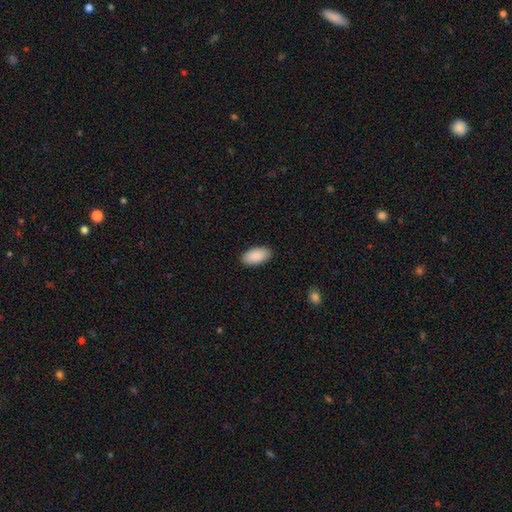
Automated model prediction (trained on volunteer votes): smooth 91%, star or artifact 6%, featured or disk 3%. Down the decision tree: how rounded — in between (95%); merging — none (89%).